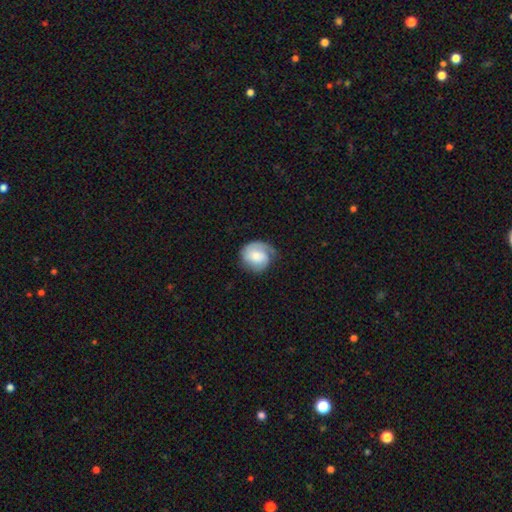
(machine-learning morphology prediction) A featured or disk galaxy (50%).

Vote fractions:
- Smooth or featured? featured or disk: 50% / smooth: 44% / star or artifact: 6%
- Merging? none: 60% / minor disturbance: 26% / major disturbance: 12% / merger: 1%